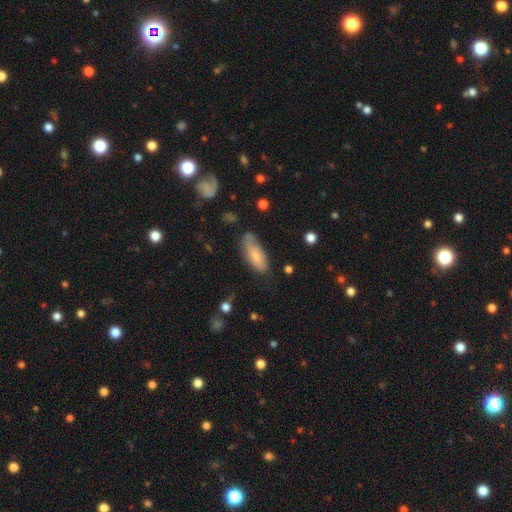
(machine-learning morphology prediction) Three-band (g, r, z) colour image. It shows a smooth galaxy with no disk features (69%) that is in between round and cigar-shaped (78%). Merging: none (49%).